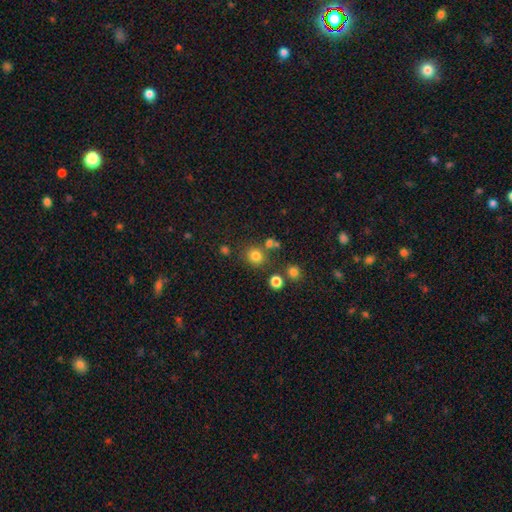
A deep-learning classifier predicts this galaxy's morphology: smooth-or-featured: smooth: 78% | star or artifact: 16% | featured or disk: 6%
  how-rounded: round: 86% | in between: 13% | cigar-shaped: 1%
  merging: none: 76% | merger: 11% | minor disturbance: 9% | major disturbance: 4%